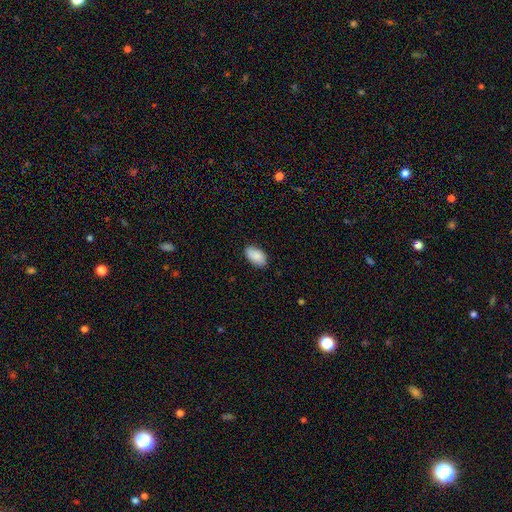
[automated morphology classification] A smooth galaxy with no disk features (88%) that is in between round and cigar-shaped (94%).

Vote fractions:
- Smooth or featured? smooth: 88% / star or artifact: 6% / featured or disk: 6%
- How rounded? in between: 94% / round: 4% / cigar-shaped: 2%
- Merging? none: 83% / minor disturbance: 13% / major disturbance: 2% / merger: 1%